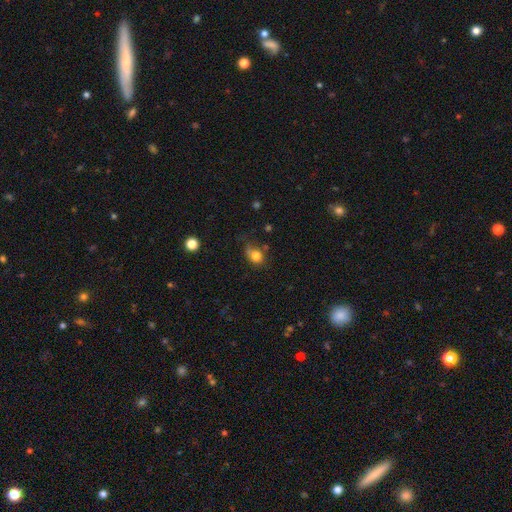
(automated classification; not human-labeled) smooth 79%, star or artifact 12%, featured or disk 9%. Down the decision tree: how rounded — round (62%); merging — none (53%).